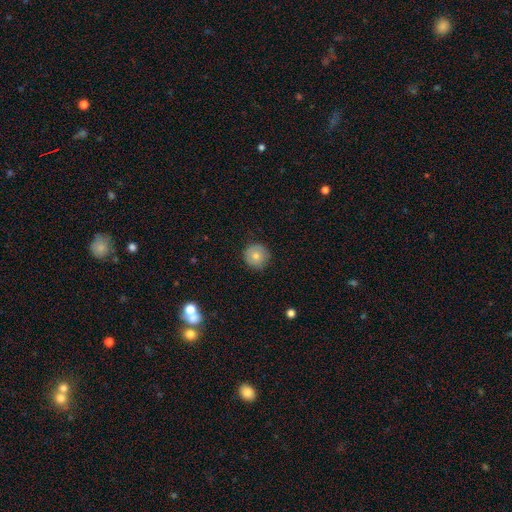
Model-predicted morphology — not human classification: This is likely a smooth galaxy (73%). How rounded: clearly round (95%). Merging: clearly none (86%).